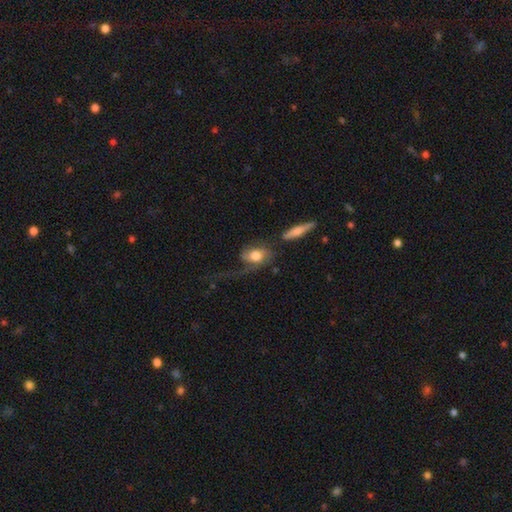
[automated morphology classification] type=smooth (54%); roundness=in between (72%); merging=major disturbance (44%).